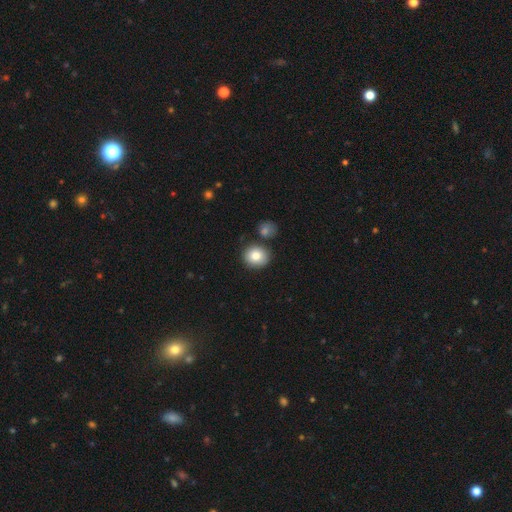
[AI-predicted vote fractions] smooth_or_featured: smooth (p=0.84) [alt: star or artifact p=0.08]
how_rounded: round (p=0.77) [alt: in between p=0.22]
merging: none (p=0.77) [alt: minor disturbance p=0.10]